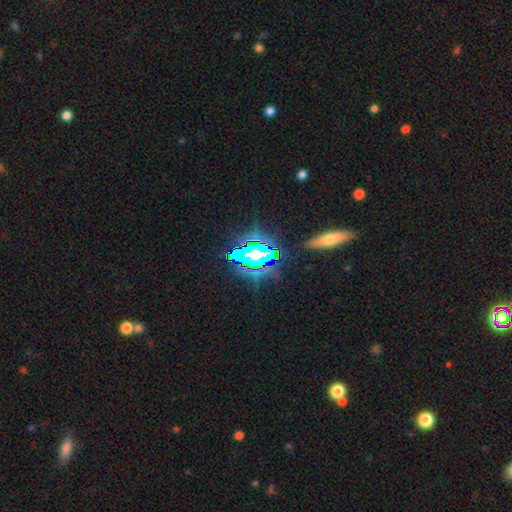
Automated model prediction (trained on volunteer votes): A star or artifact, not a galaxy (60%).